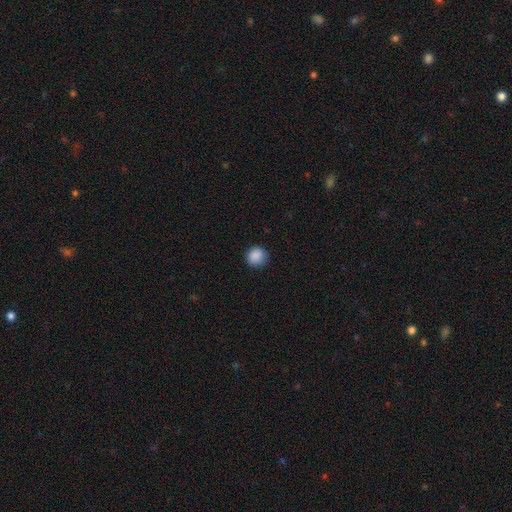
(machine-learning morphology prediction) type=smooth (88%); roundness=round (90%); merging=none (87%).